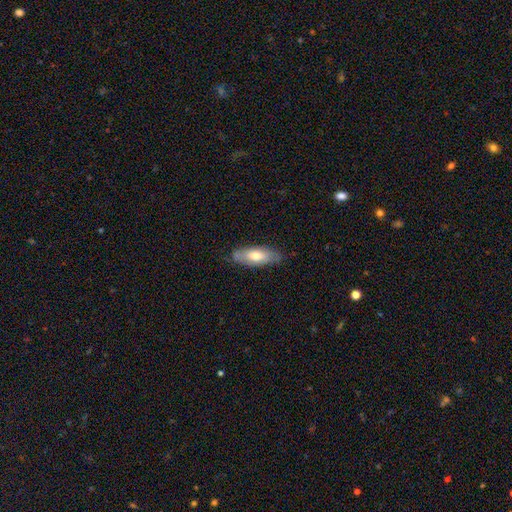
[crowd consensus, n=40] Smooth or featured? 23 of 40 (57%) said featured or disk. Edge-on disk? 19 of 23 (83%) said no. Bar? 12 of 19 (63%) said no. Spiral arms? 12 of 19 (63%) said yes. Spiral winding? 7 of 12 (58%) said tight. Spiral arm count? 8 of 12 (67%) said can't tell. Bulge size? 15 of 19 (79%) said moderate. Merging? 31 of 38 (82%) said none.